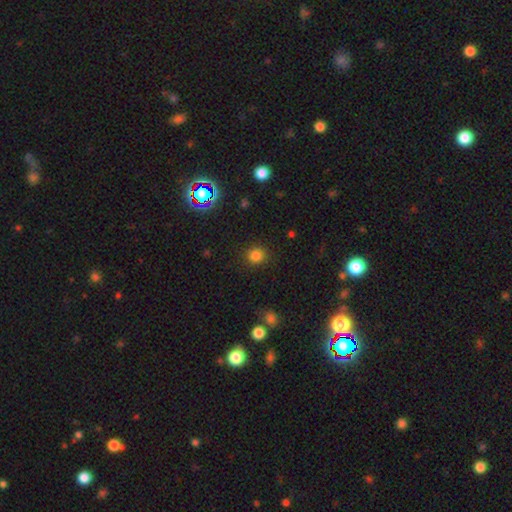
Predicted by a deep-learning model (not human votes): This appears to be a smooth galaxy with no disk features (80%) that is round (90%). Merging: none (89%).